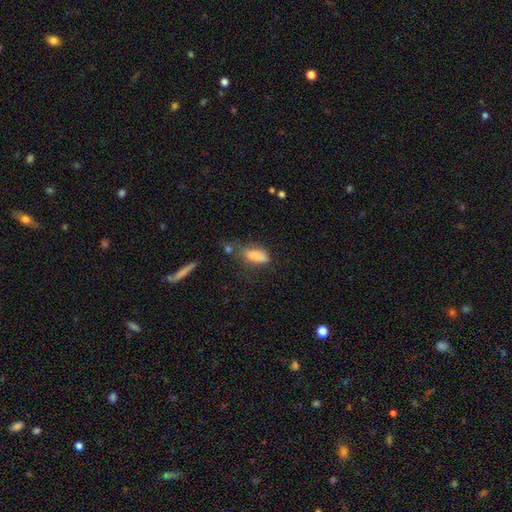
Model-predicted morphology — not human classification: Smooth or featured: smooth — 81% (featured or disk — 11%)
How rounded: in between — 73% (cigar-shaped — 24%)
Merging: none — 44% (minor disturbance — 29%)